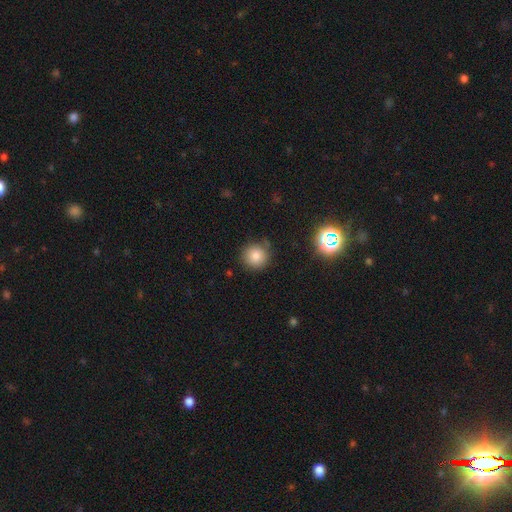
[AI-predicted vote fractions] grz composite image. It shows a smooth galaxy with no disk features (81%) that is round (93%). Merging: none (82%).